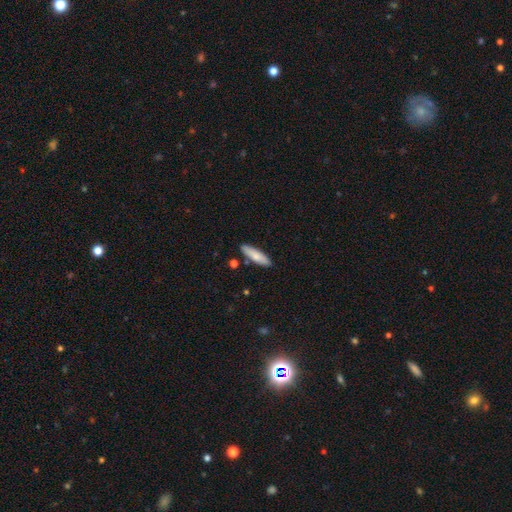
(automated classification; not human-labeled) Smooth or featured? Predicted: smooth (p=0.78). How rounded? Predicted: cigar-shaped (p=0.64). Merging? Predicted: none (p=0.84).